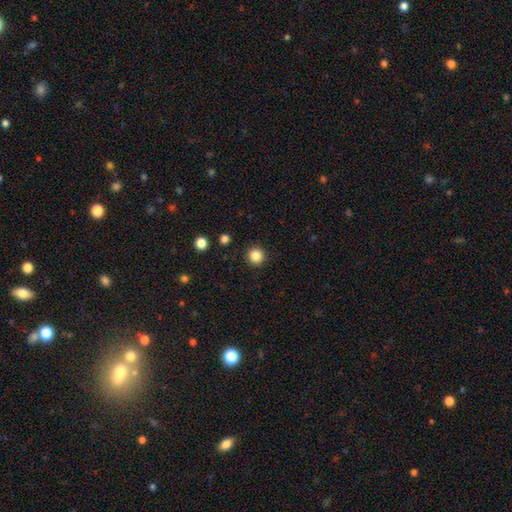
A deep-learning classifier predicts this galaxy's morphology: smooth-or-featured: smooth: 85% | star or artifact: 11% | featured or disk: 4%
  how-rounded: round: 96% | in between: 4% | cigar-shaped: 1%
  merging: none: 93% | minor disturbance: 5% | major disturbance: 2% | merger: 1%